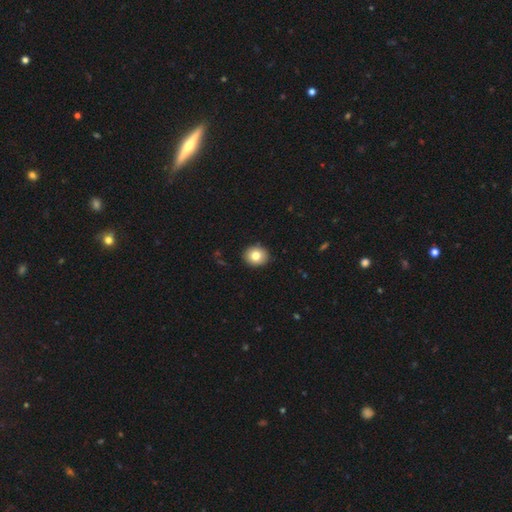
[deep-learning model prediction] This is likely a smooth galaxy (80%). How rounded: likely round (76%). Merging: clearly none (91%).